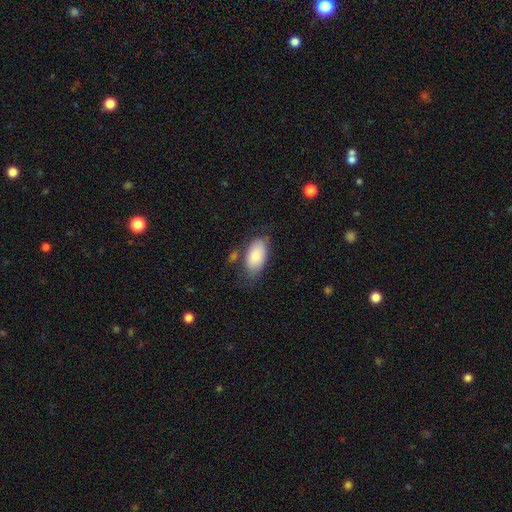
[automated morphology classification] A smooth galaxy with no disk features (83%) that is in between round and cigar-shaped (94%).

Vote fractions:
- Smooth or featured? smooth: 83% / featured or disk: 11% / star or artifact: 6%
- How rounded? in between: 94% / round: 3% / cigar-shaped: 3%
- Merging? none: 60% / minor disturbance: 25% / major disturbance: 9% / merger: 6%